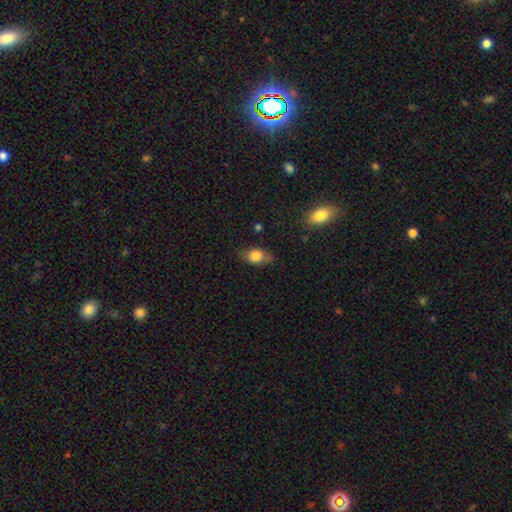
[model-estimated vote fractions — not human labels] This is likely a smooth galaxy (76%). How rounded: likely in between (76%). Merging: likely none (66%).